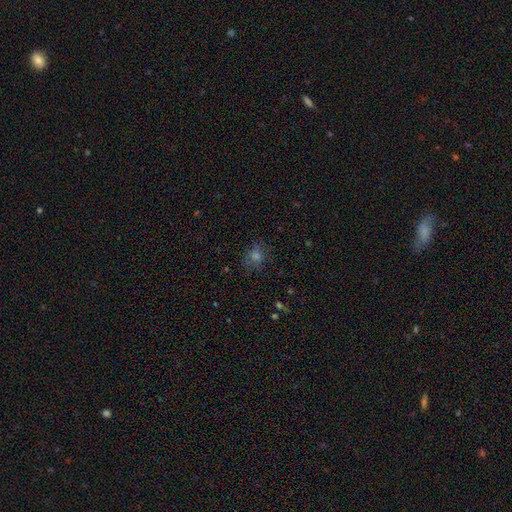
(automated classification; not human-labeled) Smooth or featured? smooth (56%)
How rounded? round (69%)
Merging? none (77%)